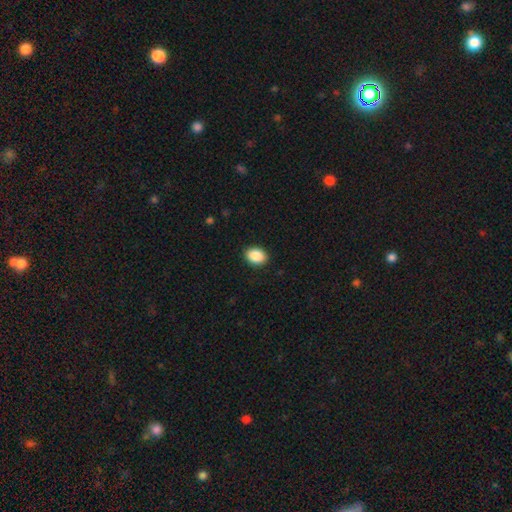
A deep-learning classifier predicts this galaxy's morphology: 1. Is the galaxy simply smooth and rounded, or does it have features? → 88% smooth, 8% star or artifact, 4% featured or disk.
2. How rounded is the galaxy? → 72% in between, 27% round, 1% cigar-shaped.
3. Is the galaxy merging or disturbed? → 90% none, 8% minor disturbance, 2% major disturbance, 1% merger.